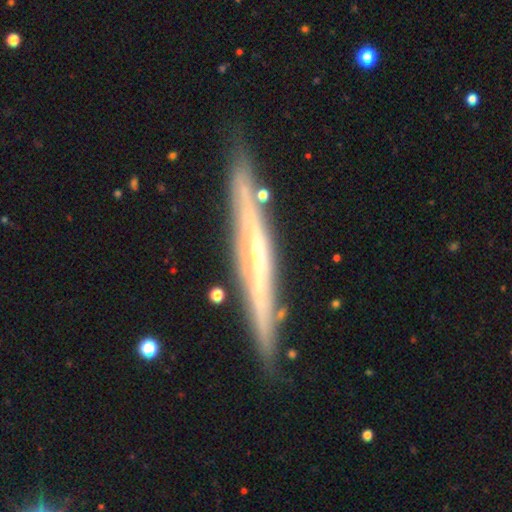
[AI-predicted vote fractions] This is clearly a featured or disk galaxy (81%). It is clearly viewed edge-on (93%). Edge-on bulge: possibly rounded (57%). Merging: clearly none (86%).